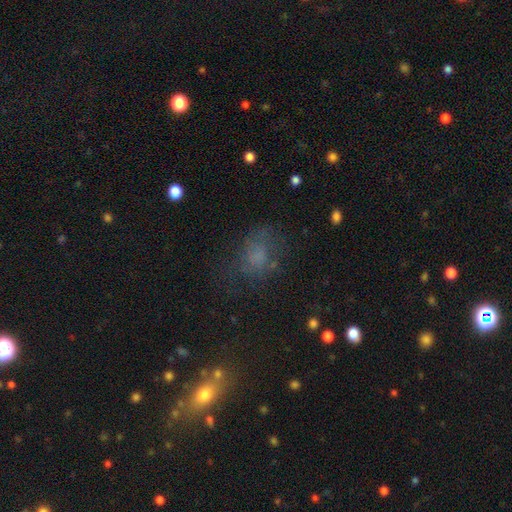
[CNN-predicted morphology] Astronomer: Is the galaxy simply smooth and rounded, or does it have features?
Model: smooth — 57%.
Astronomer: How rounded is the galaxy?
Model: in between — 57% (runner-up: round, 41%).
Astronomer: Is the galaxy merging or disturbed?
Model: none — 56%.